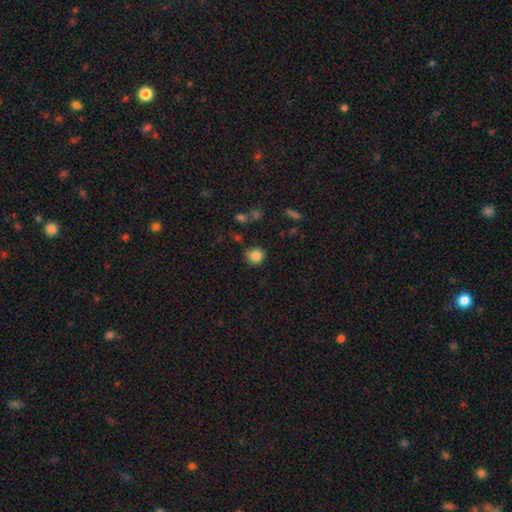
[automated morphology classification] A smooth galaxy with no disk features (84%) that is round (89%).

Vote fractions:
- Smooth or featured? smooth: 84% / star or artifact: 10% / featured or disk: 5%
- How rounded? round: 89% / in between: 10% / cigar-shaped: 1%
- Merging? none: 74% / minor disturbance: 18% / major disturbance: 4% / merger: 4%